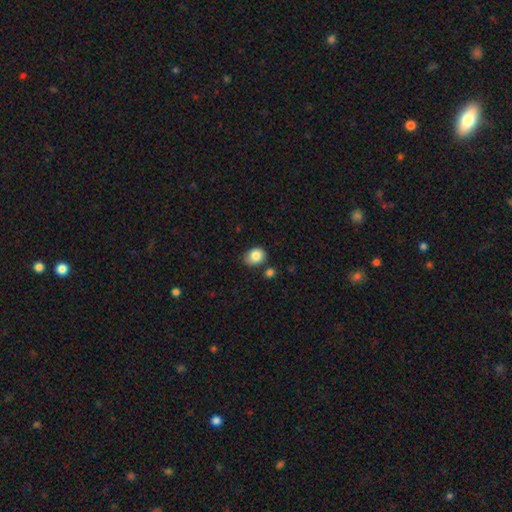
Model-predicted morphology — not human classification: This is clearly a smooth galaxy (83%). How rounded: possibly in between (52%). Merging: likely none (68%).